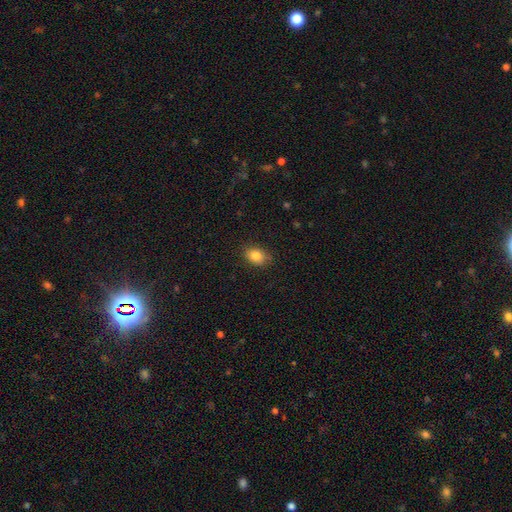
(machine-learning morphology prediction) A smooth galaxy with no disk features (85%) that is in between round and cigar-shaped (73%). Merging: none (82%).